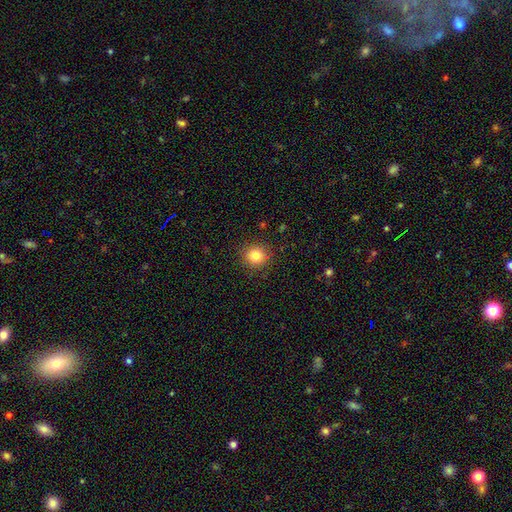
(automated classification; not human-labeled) A smooth galaxy with no disk features (82%) that is round (90%). Merging: none (90%).